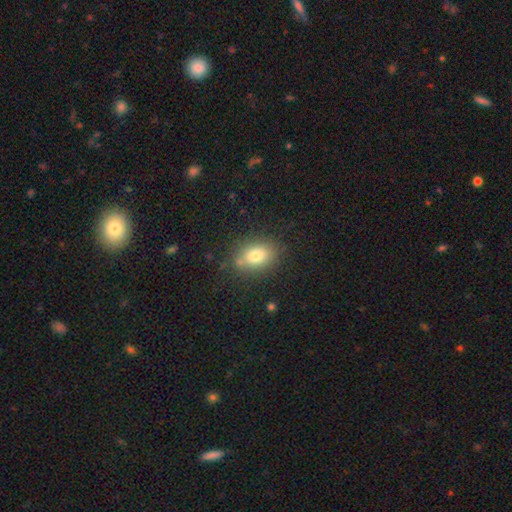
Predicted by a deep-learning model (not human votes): Overall: smooth (79%). How rounded: in between (69%; round 30%). Merging: none (76%).